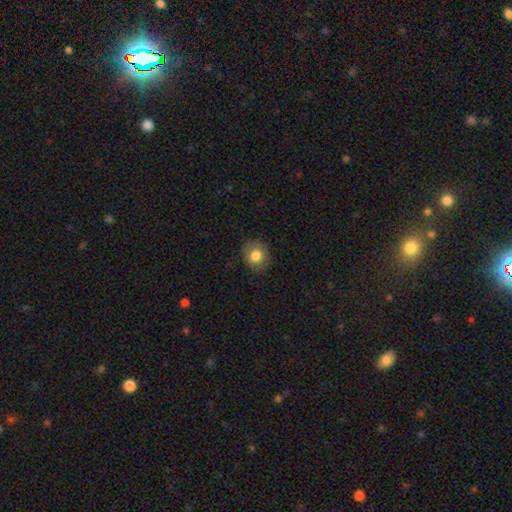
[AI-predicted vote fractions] A smooth galaxy with no disk features (80%) that is round (81%). Merging: none (85%).